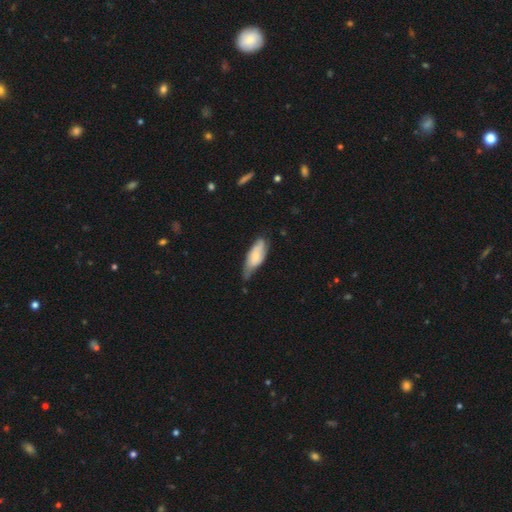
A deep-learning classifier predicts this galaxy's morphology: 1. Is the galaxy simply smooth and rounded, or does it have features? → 59% smooth, 35% featured or disk, 6% star or artifact.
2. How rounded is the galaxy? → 74% in between, 24% cigar-shaped, 2% round.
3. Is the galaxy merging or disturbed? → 44% minor disturbance, 41% none, 12% major disturbance, 3% merger.